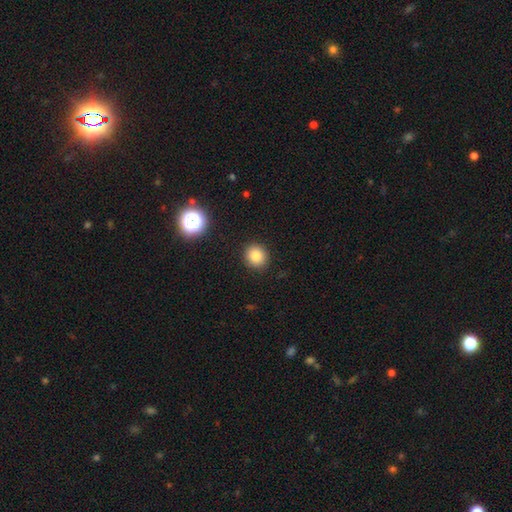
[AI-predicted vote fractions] Morphology: type=smooth (82%); roundness=round (85%); merging=none (91%).